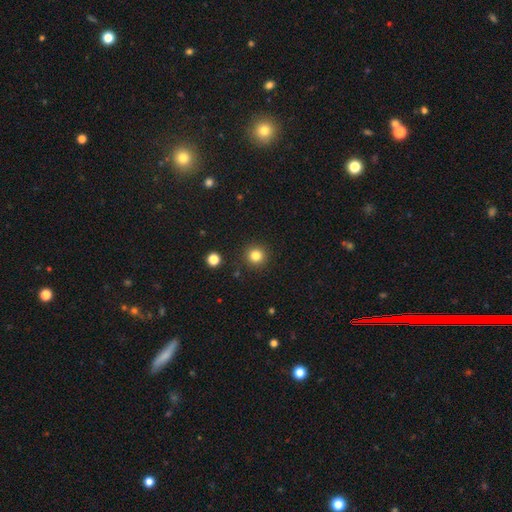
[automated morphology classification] Smooth or featured?
  - smooth: 82% *
  - star or artifact: 13%
  - featured or disk: 5%
How rounded?
  - round: 95% *
  - in between: 4%
  - cigar-shaped: 1%
Merging?
  - none: 91% *
  - minor disturbance: 5%
  - major disturbance: 2%
  - merger: 2%